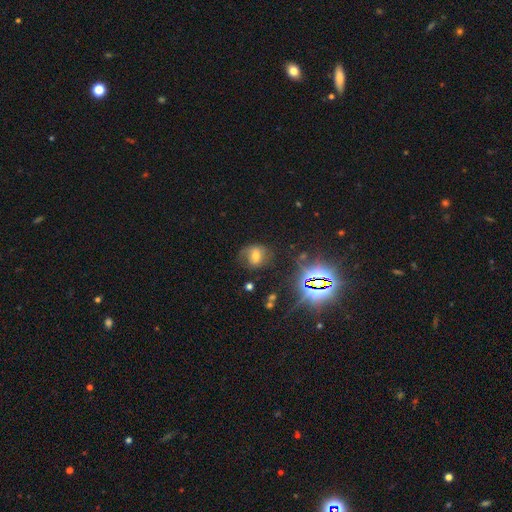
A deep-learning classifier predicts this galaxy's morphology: type=smooth (48%); merging=none (61%).